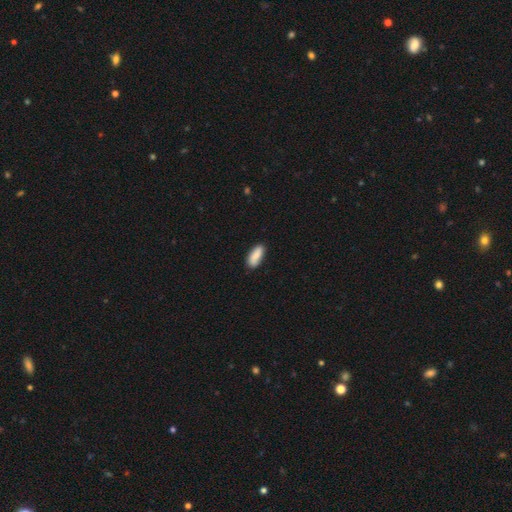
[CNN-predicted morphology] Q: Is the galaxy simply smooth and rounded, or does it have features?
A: smooth — 88%.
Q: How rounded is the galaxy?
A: in between — 76%.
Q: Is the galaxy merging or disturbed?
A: none — 83%.